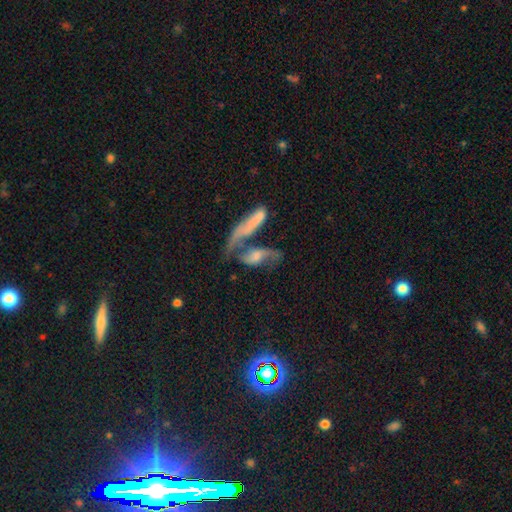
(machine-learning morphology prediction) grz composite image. It shows a featured or disk galaxy (58%). Merging: merger (56%).